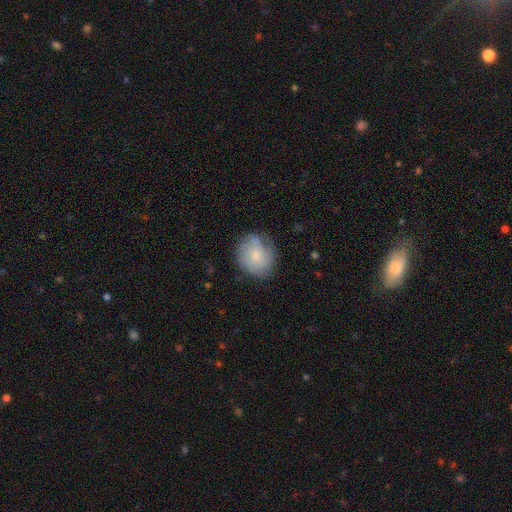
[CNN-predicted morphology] Smooth or featured?
  - smooth: 62% *
  - featured or disk: 30%
  - star or artifact: 7%
How rounded?
  - round: 70% *
  - in between: 29%
  - cigar-shaped: 1%
Merging?
  - none: 69% *
  - minor disturbance: 23%
  - major disturbance: 7%
  - merger: 1%